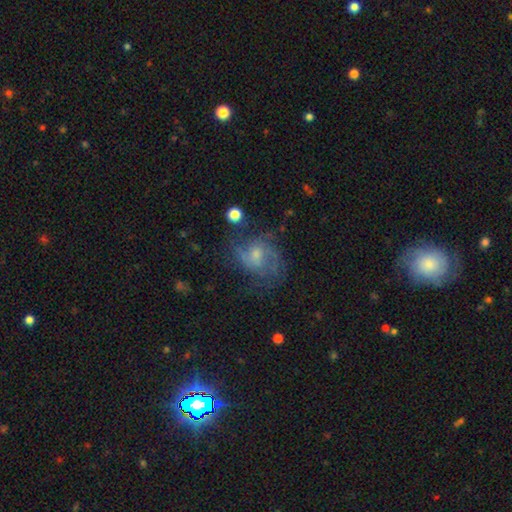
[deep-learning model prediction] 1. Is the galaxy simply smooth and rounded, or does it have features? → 67% featured or disk, 18% smooth, 15% star or artifact.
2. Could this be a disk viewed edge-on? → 97% no, 3% yes.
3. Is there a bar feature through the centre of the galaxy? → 56% no, 38% weak, 6% strong.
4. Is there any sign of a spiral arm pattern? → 89% yes, 11% no.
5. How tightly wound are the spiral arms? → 50% medium, 28% loose, 22% tight.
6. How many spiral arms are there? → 53% 2, 22% can't tell, 13% 3, 5% 1, 4% 4, 3% more than 4.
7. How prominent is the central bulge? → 52% small, 35% moderate, 8% none, 3% large, 1% dominant.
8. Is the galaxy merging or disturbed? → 63% none, 19% minor disturbance, 15% major disturbance, 3% merger.